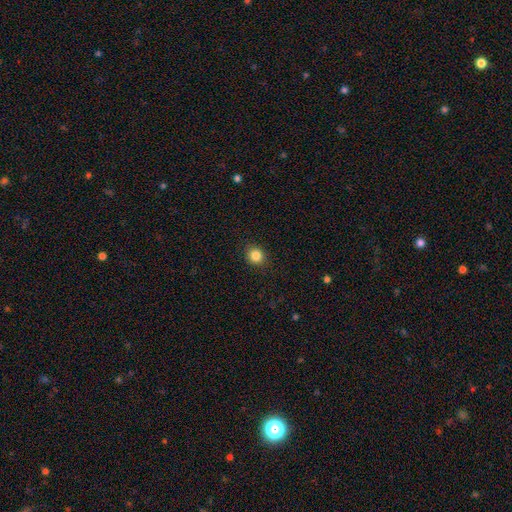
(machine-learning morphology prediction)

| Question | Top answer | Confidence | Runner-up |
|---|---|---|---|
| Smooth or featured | smooth | 85% | star or artifact (10%) |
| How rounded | round | 79% | in between (20%) |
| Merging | none | 90% | minor disturbance (7%) |